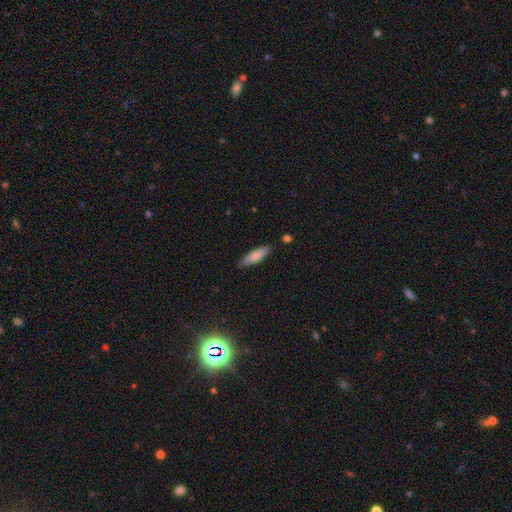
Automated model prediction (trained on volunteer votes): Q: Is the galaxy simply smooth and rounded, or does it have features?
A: smooth — 83%.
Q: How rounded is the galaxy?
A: cigar-shaped — 58%.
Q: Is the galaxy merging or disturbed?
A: none — 85%.